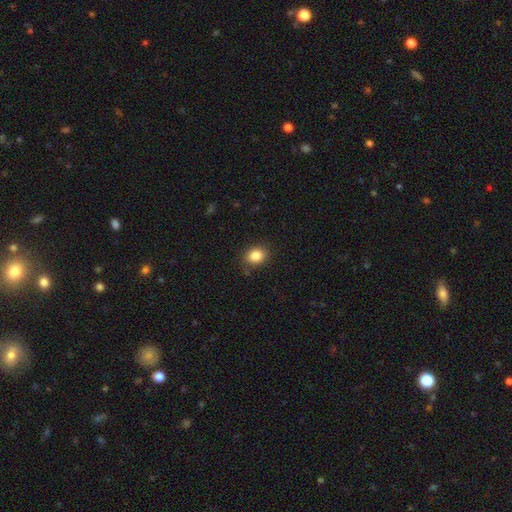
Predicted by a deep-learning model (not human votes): A smooth galaxy with no disk features (84%) that is round (50%).

Vote fractions:
- Smooth or featured? smooth: 84% / star or artifact: 10% / featured or disk: 6%
- How rounded? round: 50% / in between: 49% / cigar-shaped: 1%
- Merging? none: 83% / minor disturbance: 12% / major disturbance: 3% / merger: 1%